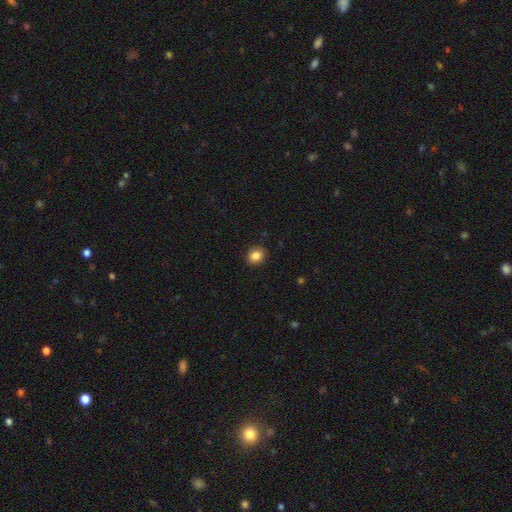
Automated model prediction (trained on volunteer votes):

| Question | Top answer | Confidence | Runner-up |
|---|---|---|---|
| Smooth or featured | smooth | 86% | star or artifact (9%) |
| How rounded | round | 64% | in between (35%) |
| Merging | none | 89% | minor disturbance (8%) |